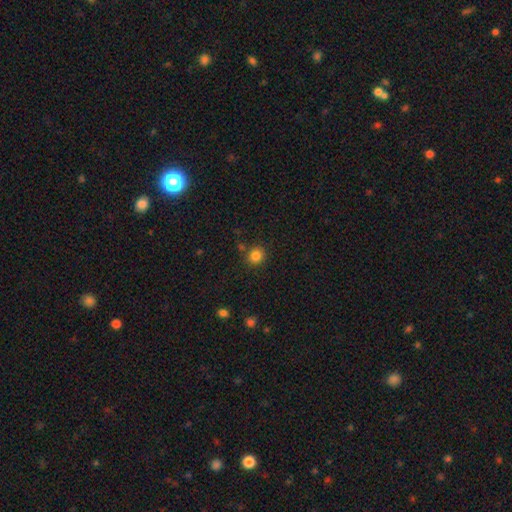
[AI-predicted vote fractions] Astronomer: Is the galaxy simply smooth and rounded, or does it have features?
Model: smooth — 83%.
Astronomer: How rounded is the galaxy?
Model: round — 82%.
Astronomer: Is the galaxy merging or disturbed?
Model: none — 83%.